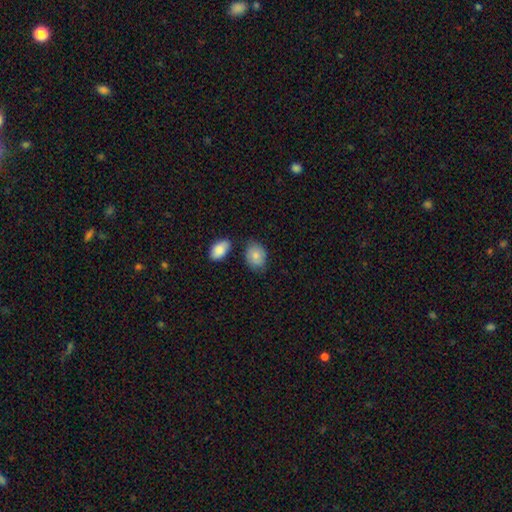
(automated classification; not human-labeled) smooth 79%, featured or disk 13%, star or artifact 7%. Down the decision tree: how rounded — in between (70%); merging — none (62%).